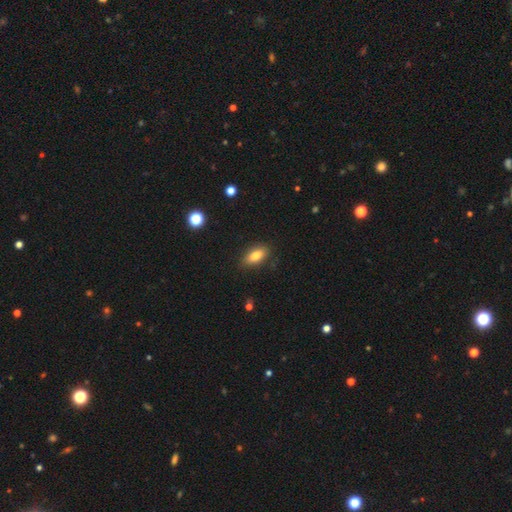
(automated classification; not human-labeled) This appears to be a smooth galaxy with no disk features (79%) that is in between round and cigar-shaped (83%). Merging: none (85%).